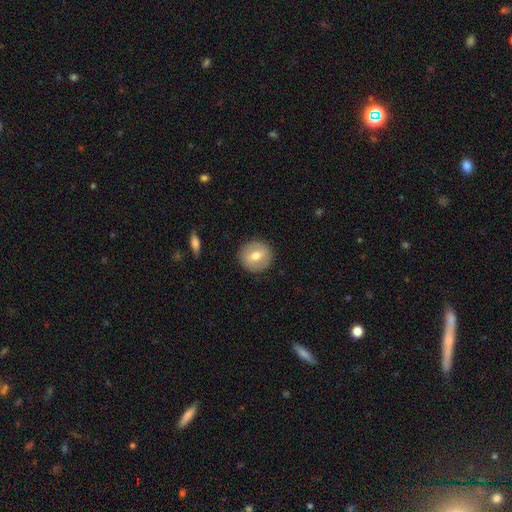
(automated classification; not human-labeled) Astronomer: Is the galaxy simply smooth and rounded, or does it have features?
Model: smooth — 62%.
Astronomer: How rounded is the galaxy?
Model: round — 89%.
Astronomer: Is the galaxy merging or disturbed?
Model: none — 90%.